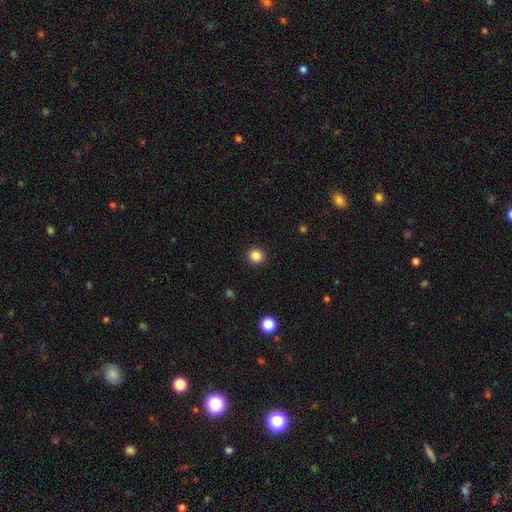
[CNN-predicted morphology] A smooth galaxy with no disk features (84%) that is round (95%). Merging: none (93%).